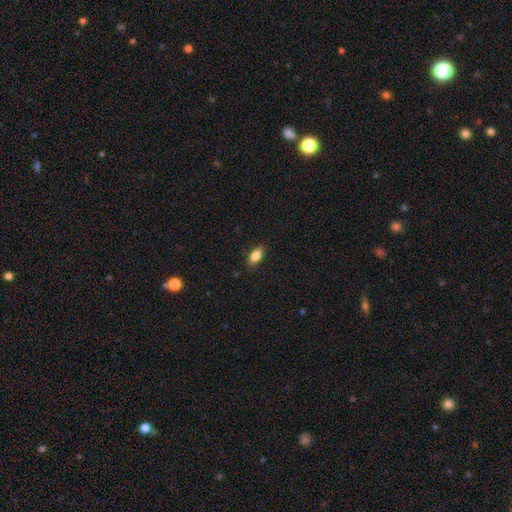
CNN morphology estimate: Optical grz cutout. It shows a smooth galaxy with no disk features (78%) that is in between round and cigar-shaped (84%). Merging: none (85%).